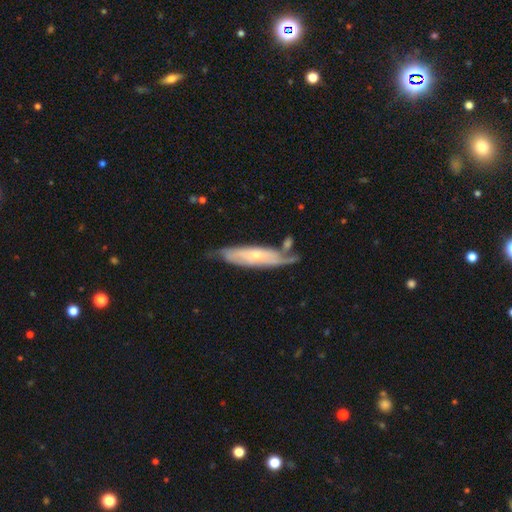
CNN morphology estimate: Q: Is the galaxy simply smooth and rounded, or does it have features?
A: featured or disk — 60%.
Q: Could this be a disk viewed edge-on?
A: no — 65%.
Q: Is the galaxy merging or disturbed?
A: none — 51%.